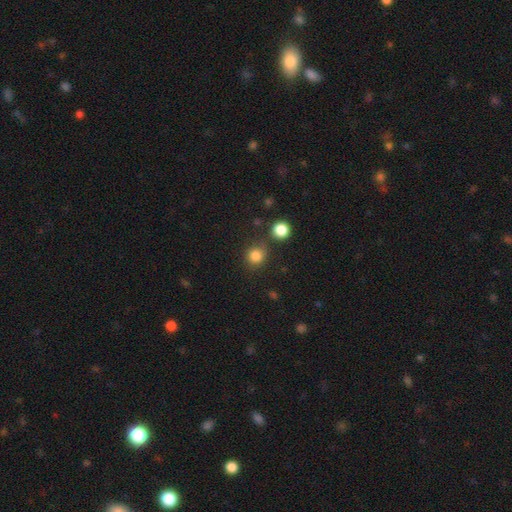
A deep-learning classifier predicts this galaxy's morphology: A smooth galaxy with no disk features (83%) that is round (87%).

Vote fractions:
- Smooth or featured? smooth: 83% / star or artifact: 12% / featured or disk: 5%
- How rounded? round: 87% / in between: 12% / cigar-shaped: 1%
- Merging? none: 76% / minor disturbance: 12% / merger: 7% / major disturbance: 4%